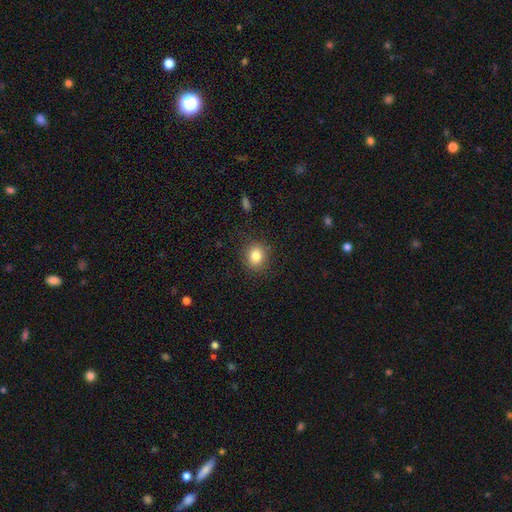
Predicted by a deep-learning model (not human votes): This is clearly a smooth galaxy (83%). How rounded: likely round (73%). Merging: clearly none (85%).